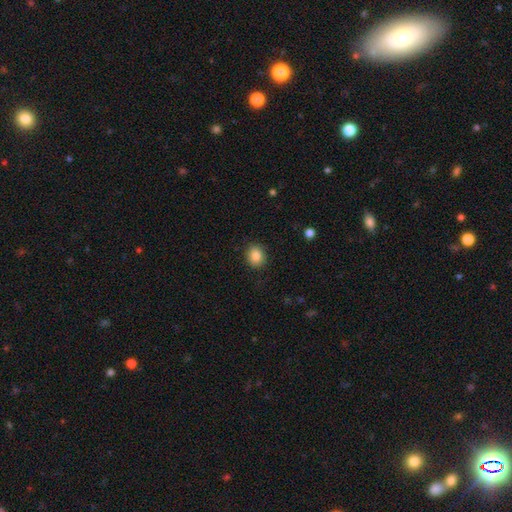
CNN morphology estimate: smooth-or-featured: smooth: 86% | star or artifact: 9% | featured or disk: 6%
  how-rounded: round: 59% | in between: 40% | cigar-shaped: 1%
  merging: none: 88% | minor disturbance: 9% | major disturbance: 2% | merger: 1%